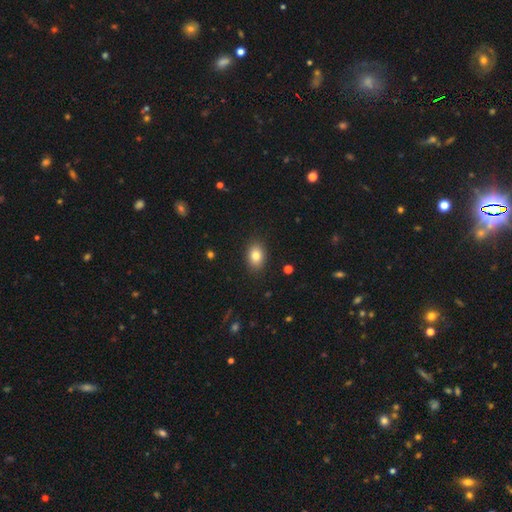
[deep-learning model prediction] Q: Smooth or featured?
A: smooth (82%); runner-up: star or artifact (9%)
Q: How rounded?
A: in between (79%); runner-up: round (20%)
Q: Merging?
A: none (89%); runner-up: minor disturbance (8%)